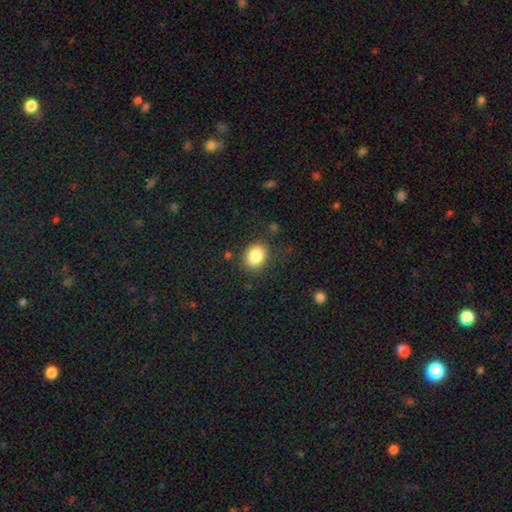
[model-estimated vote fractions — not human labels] Smooth or featured? Predicted: smooth (p=0.86). How rounded? Predicted: in between (p=0.53). Merging? Predicted: none (p=0.82).